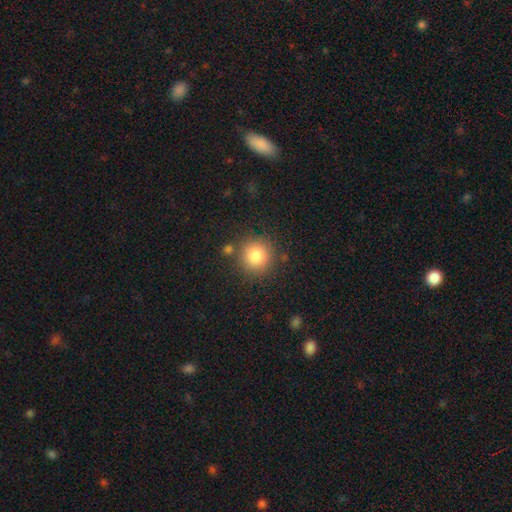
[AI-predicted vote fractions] A smooth galaxy with no disk features (83%) that is round (93%). Merging: none (83%).